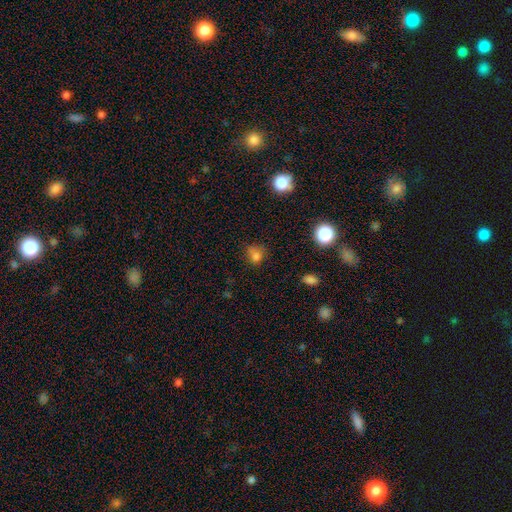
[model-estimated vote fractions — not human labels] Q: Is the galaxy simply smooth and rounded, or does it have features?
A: smooth — 75%.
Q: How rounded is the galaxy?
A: round — 69%.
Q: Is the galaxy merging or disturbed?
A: none — 58%.